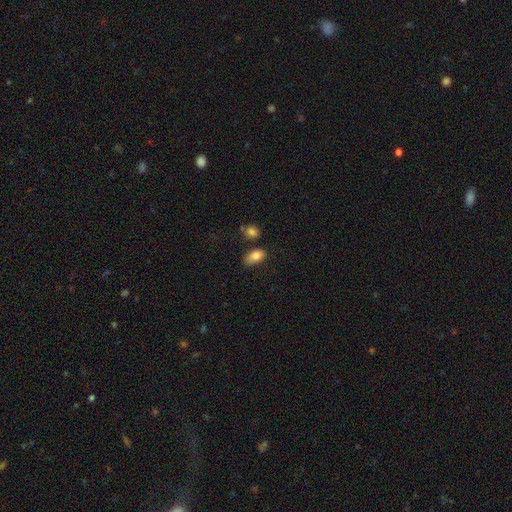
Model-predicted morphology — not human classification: This appears to be a smooth galaxy with no disk features (84%) that is in between round and cigar-shaped (90%). Merging: none (61%).